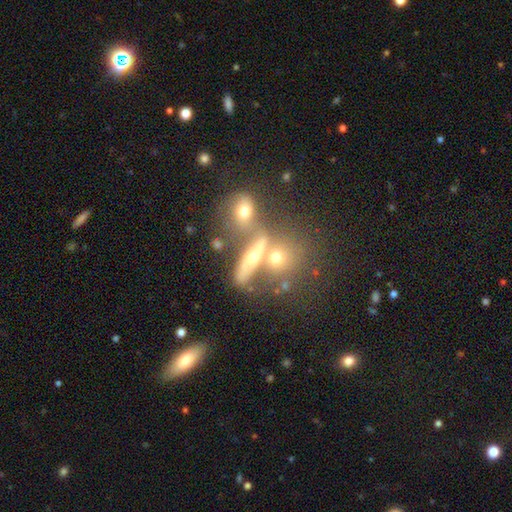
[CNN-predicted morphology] This appears to be a smooth galaxy with no disk features (48%). Merging: merger (44%).